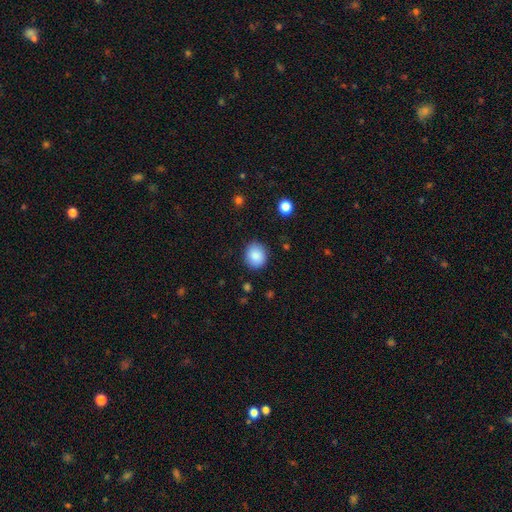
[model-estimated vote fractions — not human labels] smooth-or-featured: smooth: 87% | star or artifact: 8% | featured or disk: 5%
  how-rounded: round: 72% | in between: 27% | cigar-shaped: 1%
  merging: none: 86% | minor disturbance: 10% | major disturbance: 3% | merger: 1%